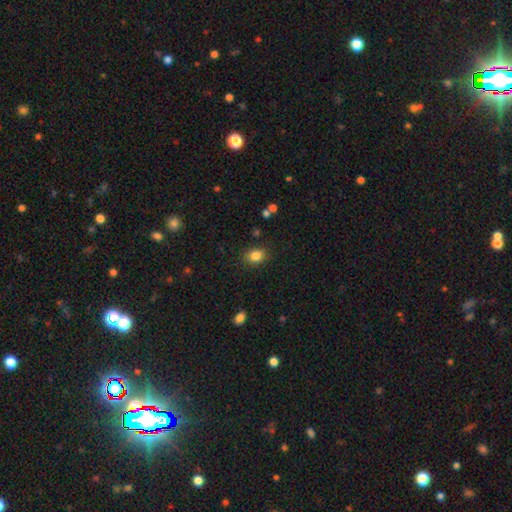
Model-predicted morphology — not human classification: smooth 85%, star or artifact 10%, featured or disk 5%. Down the decision tree: how rounded — in between (61%); merging — none (85%).